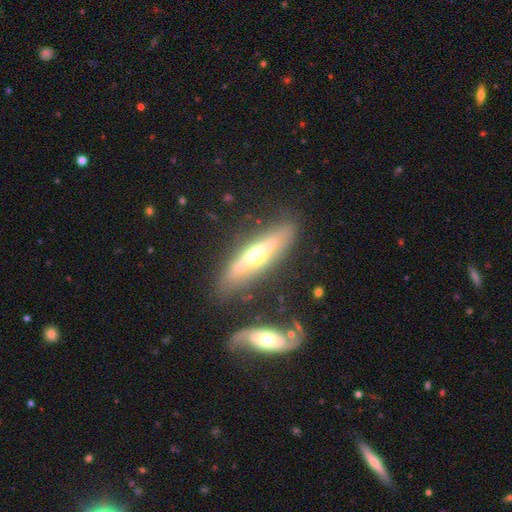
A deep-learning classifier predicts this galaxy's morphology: Smooth or featured?
  - featured or disk: 66% *
  - smooth: 28%
  - star or artifact: 6%
Edge-on disk?
  - yes: 82% *
  - no: 18%
Edge-on bulge?
  - rounded: 89% *
  - none: 6%
  - boxy: 5%
Merging?
  - none: 72% *
  - minor disturbance: 15%
  - merger: 8%
  - major disturbance: 5%